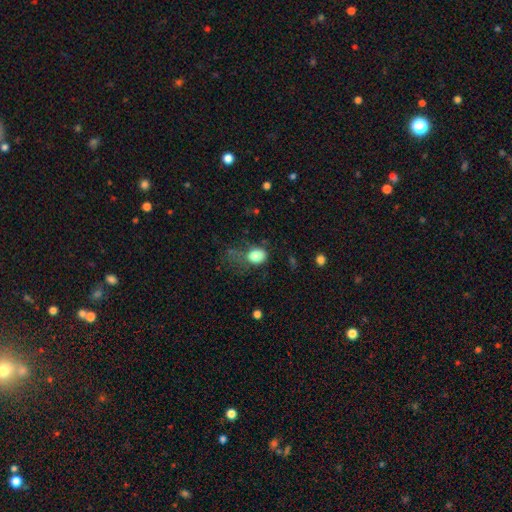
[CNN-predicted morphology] Smooth or featured: smooth — 82% (featured or disk — 9%)
How rounded: in between — 59% (round — 40%)
Merging: major disturbance — 38% (none — 31%)